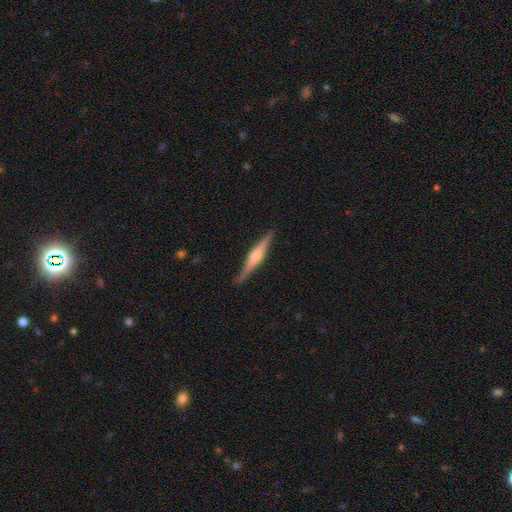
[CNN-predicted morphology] Q: Smooth or featured?
A: featured or disk (77%); runner-up: smooth (17%)
Q: Edge-on disk?
A: yes (98%); runner-up: no (2%)
Q: Edge-on bulge?
A: rounded (81%); runner-up: boxy (14%)
Q: Merging?
A: none (89%); runner-up: minor disturbance (8%)